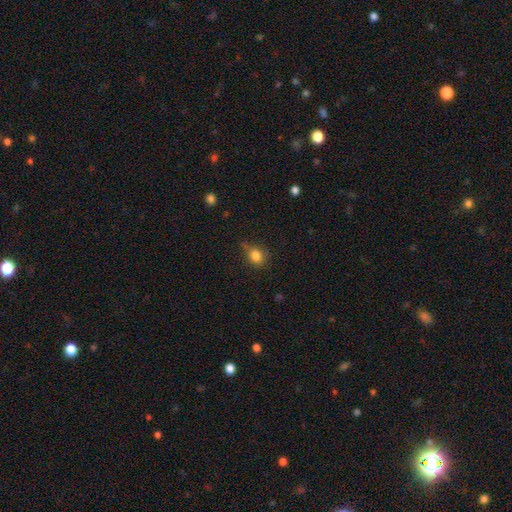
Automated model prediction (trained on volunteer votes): Morphology: type=smooth (83%); roundness=round (54%); merging=none (63%).